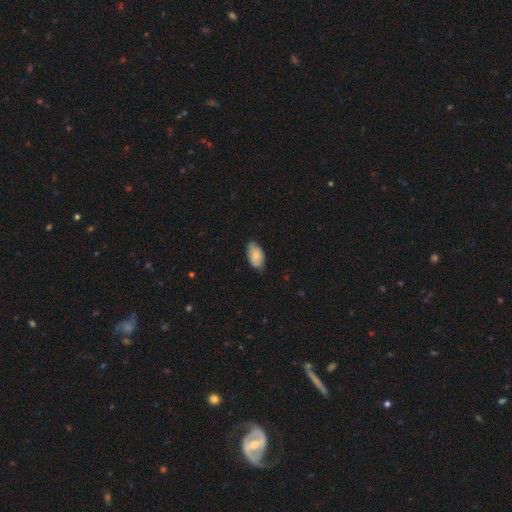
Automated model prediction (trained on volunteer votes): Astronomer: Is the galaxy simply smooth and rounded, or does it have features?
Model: smooth — 77%.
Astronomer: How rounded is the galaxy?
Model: in between — 94%.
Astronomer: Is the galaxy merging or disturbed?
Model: none — 71%.